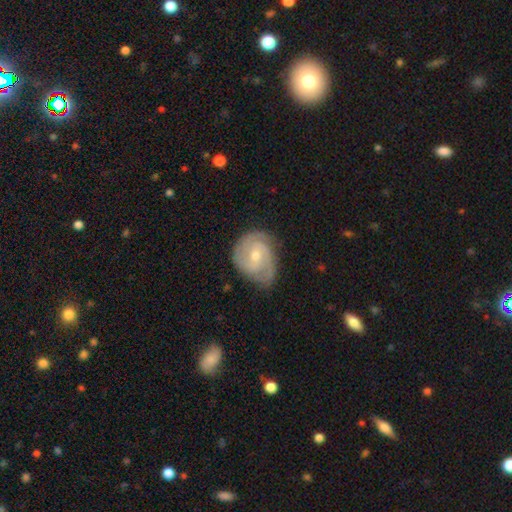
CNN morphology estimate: type=featured or disk (83%); edge-on=no (98%); bar=no (55%); spiral arms=yes (96%); winding=tight (59%); arm count=2 (47%); bulge=small (51%); merging=none (70%).